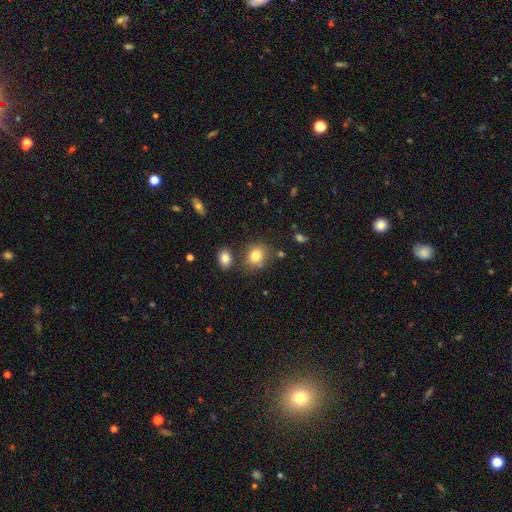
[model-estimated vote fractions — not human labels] Smooth or featured? smooth (79%)
How rounded? round (56%)
Merging? none (69%)